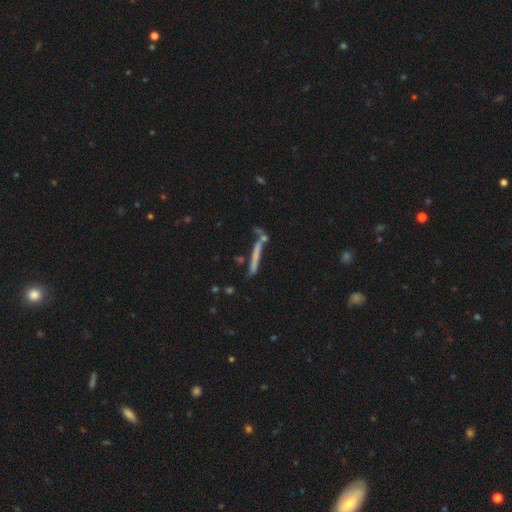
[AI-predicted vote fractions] Smooth or featured? smooth (51%)
How rounded? cigar-shaped (95%)
Merging? none (72%)